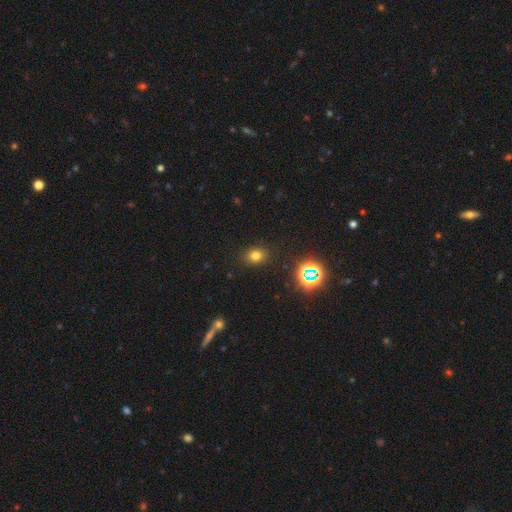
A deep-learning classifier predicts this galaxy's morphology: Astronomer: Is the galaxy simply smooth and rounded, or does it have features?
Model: smooth — 73%.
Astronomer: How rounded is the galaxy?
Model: round — 57% (runner-up: in between, 42%).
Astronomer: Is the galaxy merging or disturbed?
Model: none — 88%.